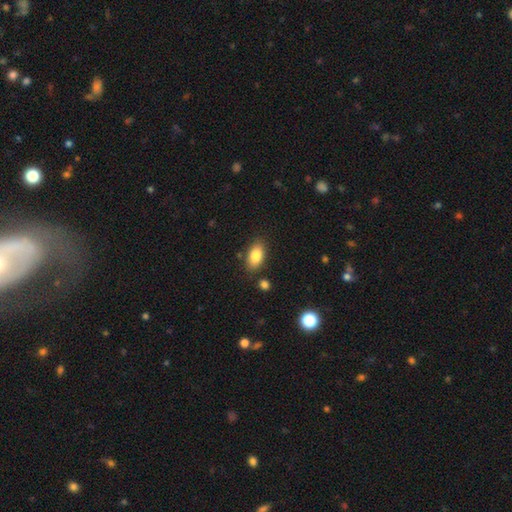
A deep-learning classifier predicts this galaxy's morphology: smooth_or_featured: smooth (p=0.86) [alt: star or artifact p=0.07]
how_rounded: in between (p=0.91) [alt: round p=0.05]
merging: none (p=0.82) [alt: minor disturbance p=0.12]